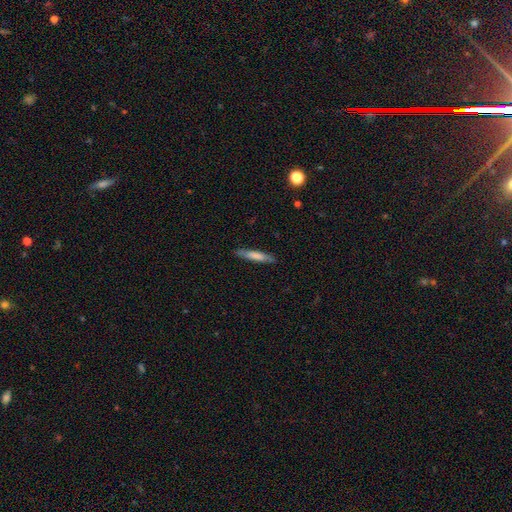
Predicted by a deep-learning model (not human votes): A smooth galaxy with no disk features (71%) that is cigar-shaped (88%). Merging: none (83%).